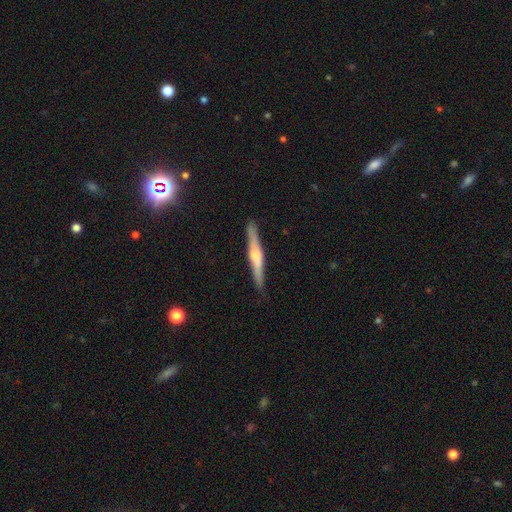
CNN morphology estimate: Q: Smooth or featured?
A: featured or disk (67%); runner-up: smooth (27%)
Q: Edge-on disk?
A: yes (97%); runner-up: no (3%)
Q: Edge-on bulge?
A: rounded (81%); runner-up: boxy (10%)
Q: Merging?
A: none (90%); runner-up: minor disturbance (8%)